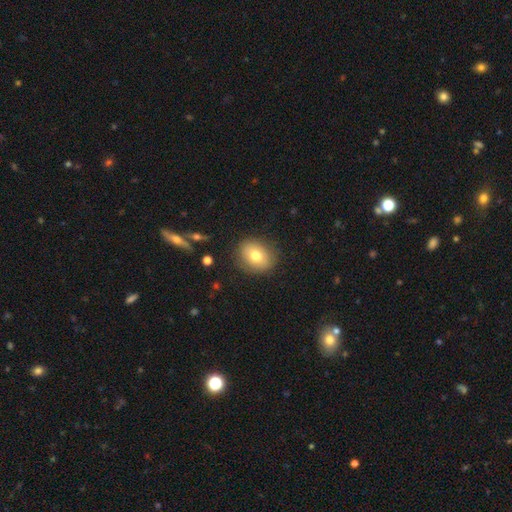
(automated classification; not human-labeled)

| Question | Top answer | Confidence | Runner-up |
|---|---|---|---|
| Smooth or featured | smooth | 74% | featured or disk (16%) |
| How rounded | round | 55% | in between (44%) |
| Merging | none | 84% | minor disturbance (12%) |